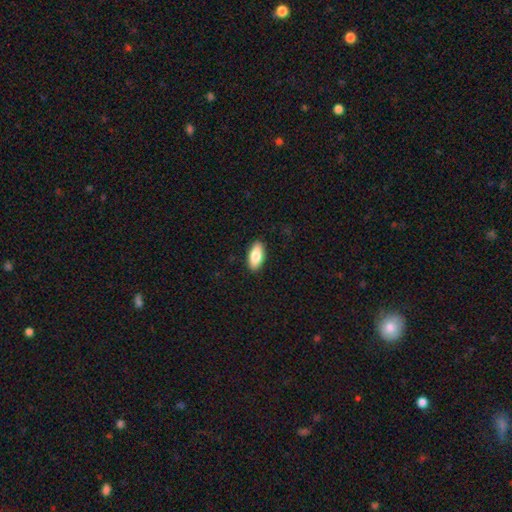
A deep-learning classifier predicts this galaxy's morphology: This is clearly a smooth galaxy (83%). How rounded: clearly in between (88%). Merging: clearly none (90%).